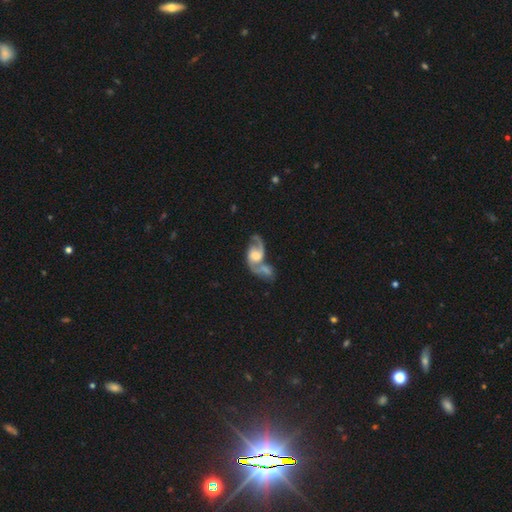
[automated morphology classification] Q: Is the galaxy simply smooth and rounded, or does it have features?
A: featured or disk — 79%.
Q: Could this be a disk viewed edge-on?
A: no — 97%.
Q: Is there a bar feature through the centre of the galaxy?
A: no — 56%.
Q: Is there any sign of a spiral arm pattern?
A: yes — 92%.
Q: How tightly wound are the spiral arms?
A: loose — 47%.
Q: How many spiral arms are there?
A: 2 — 82%.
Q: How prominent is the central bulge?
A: moderate — 50%.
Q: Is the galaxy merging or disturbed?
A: merger — 57%.